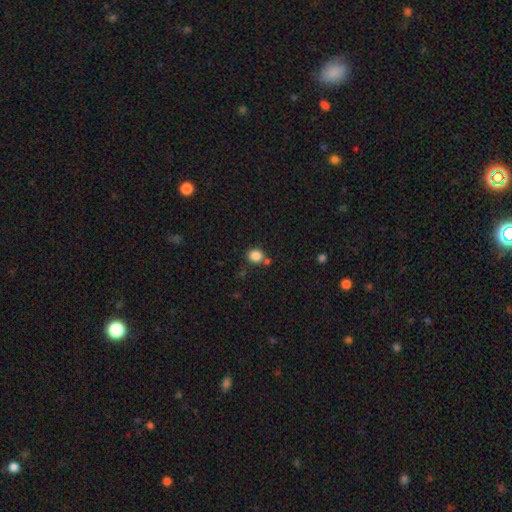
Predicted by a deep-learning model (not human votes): smooth 85%, star or artifact 11%, featured or disk 4%. Down the decision tree: how rounded — round (79%); merging — none (71%).